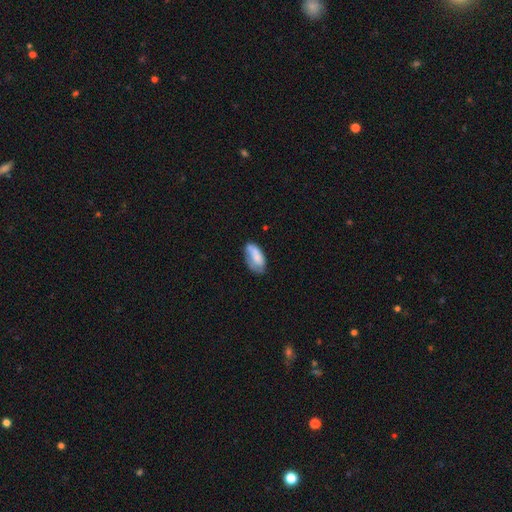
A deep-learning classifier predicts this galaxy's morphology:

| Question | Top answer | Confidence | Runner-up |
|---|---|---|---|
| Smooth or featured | smooth | 68% | featured or disk (25%) |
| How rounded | in between | 91% | cigar-shaped (6%) |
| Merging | none | 51% | minor disturbance (32%) |